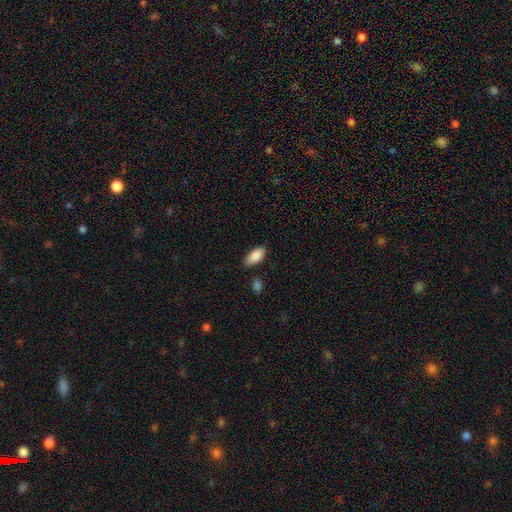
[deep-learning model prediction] The model was most divided on "merging": none: 75%, minor disturbance: 19%, major disturbance: 3%, merger: 3%. More confident: how rounded — in between (92%); smooth or featured — smooth (88%).